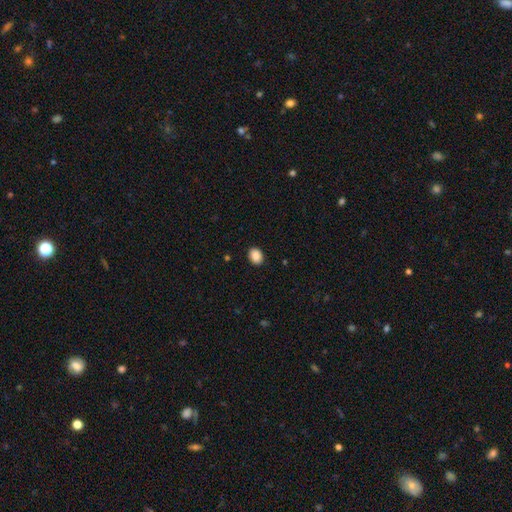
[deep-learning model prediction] Smooth or featured?
  - smooth: 89% *
  - star or artifact: 8%
  - featured or disk: 3%
How rounded?
  - in between: 63% *
  - round: 36%
  - cigar-shaped: 1%
Merging?
  - none: 90% *
  - minor disturbance: 7%
  - major disturbance: 2%
  - merger: 1%